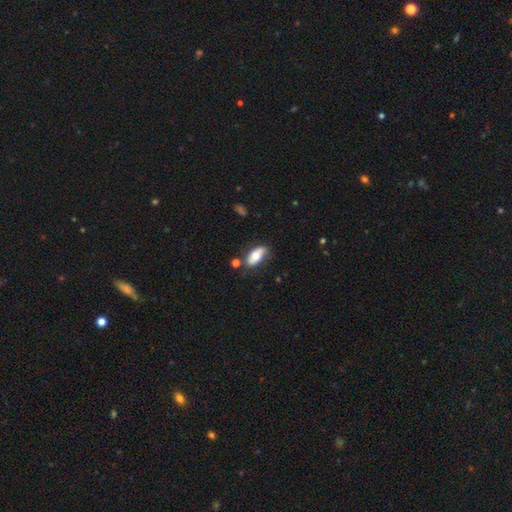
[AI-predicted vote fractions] The model was most divided on "smooth or featured": smooth: 66%, featured or disk: 28%, star or artifact: 6%. More confident: how rounded — in between (86%); merging — none (73%).